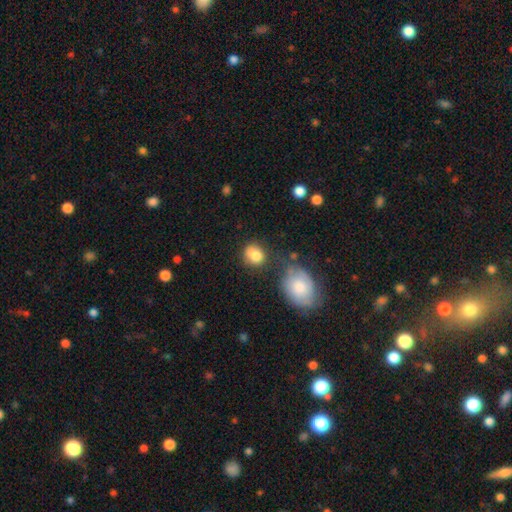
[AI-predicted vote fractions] Smooth or featured: smooth — 83% (star or artifact — 9%)
How rounded: round — 70% (in between — 29%)
Merging: none — 59% (minor disturbance — 21%)